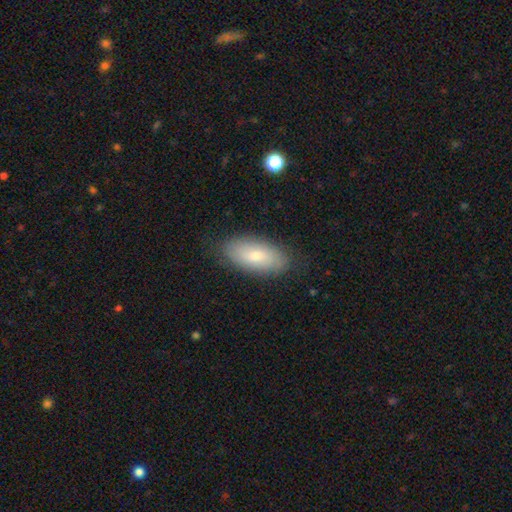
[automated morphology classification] This appears to be a smooth galaxy with no disk features (72%) that is in between round and cigar-shaped (91%). Merging: none (83%).